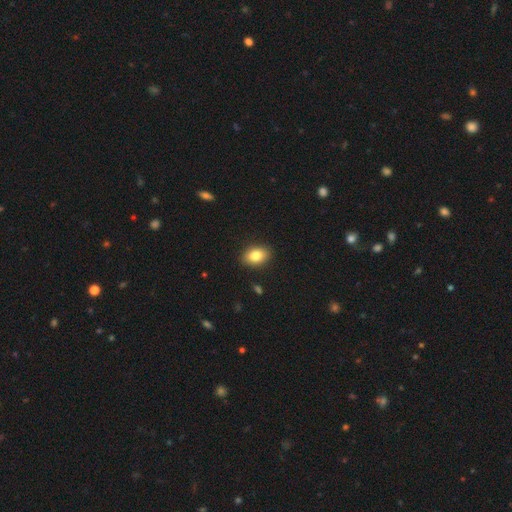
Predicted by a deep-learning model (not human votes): A smooth galaxy with no disk features (83%) that is in between round and cigar-shaped (81%). Merging: none (89%).